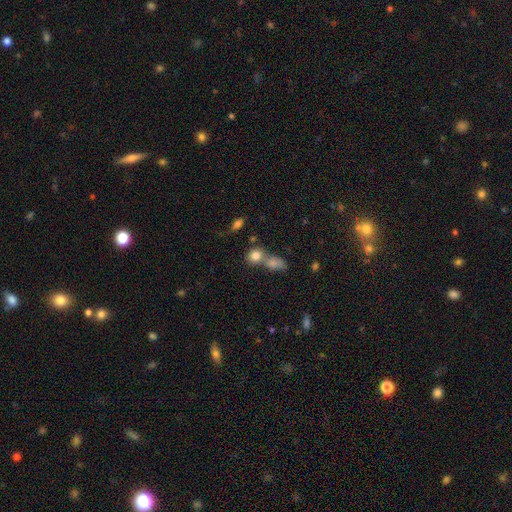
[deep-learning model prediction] This appears to be a smooth galaxy with no disk features (80%) that is round (66%). Merging: merger (44%).